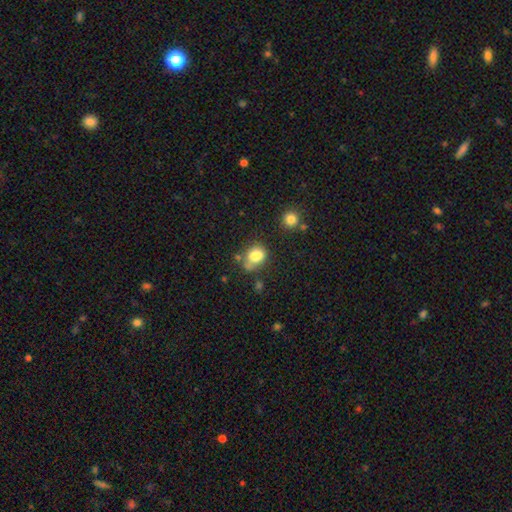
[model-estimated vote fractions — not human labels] A smooth galaxy with no disk features (77%) that is in between round and cigar-shaped (56%). Merging: none (47%).